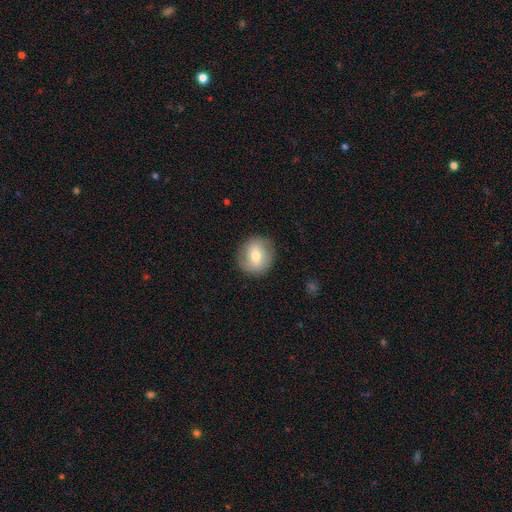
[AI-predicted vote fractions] Smooth or featured: smooth — 65% (featured or disk — 27%)
How rounded: round — 87% (in between — 12%)
Merging: none — 86% (minor disturbance — 10%)